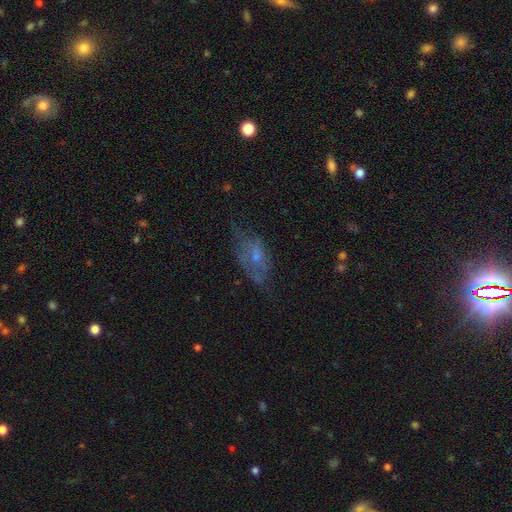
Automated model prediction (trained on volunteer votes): A featured or disk galaxy (46%).

Vote fractions:
- Smooth or featured? featured or disk: 46% / smooth: 39% / star or artifact: 15%
- Merging? none: 45% / minor disturbance: 27% / major disturbance: 25% / merger: 3%